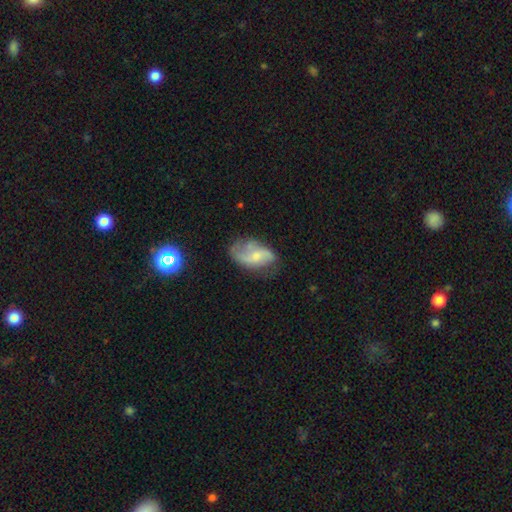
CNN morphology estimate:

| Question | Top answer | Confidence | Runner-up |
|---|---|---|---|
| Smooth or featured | featured or disk | 65% | smooth (27%) |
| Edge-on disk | no | 96% | yes (4%) |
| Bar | no | 59% | weak (34%) |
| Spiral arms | yes | 84% | no (16%) |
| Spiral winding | loose | 57% | medium (31%) |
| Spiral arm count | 2 | 63% | can't tell (17%) |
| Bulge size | small | 58% | moderate (30%) |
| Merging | none | 49% | minor disturbance (28%) |